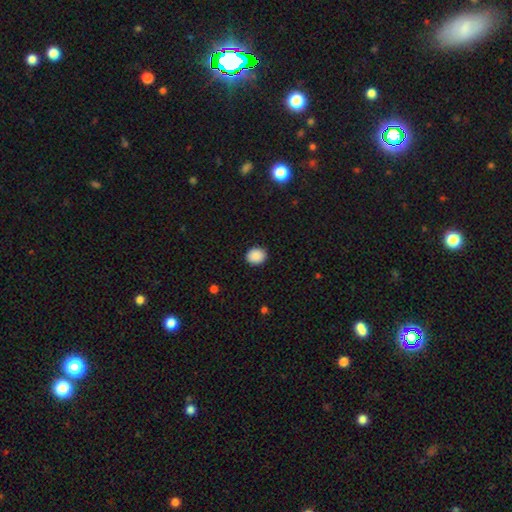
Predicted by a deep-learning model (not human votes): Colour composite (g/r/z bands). It shows a smooth galaxy with no disk features (89%) that is round (58%). Merging: none (89%).